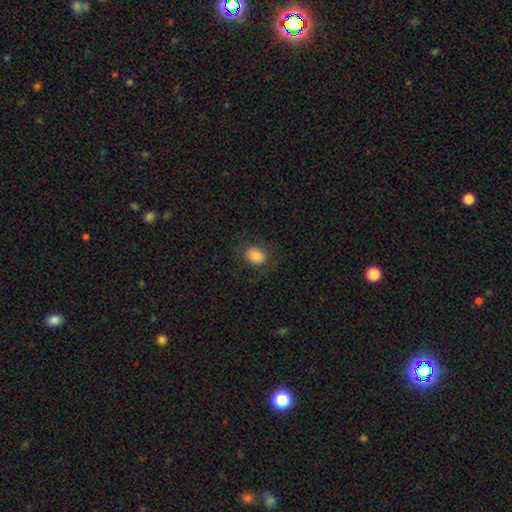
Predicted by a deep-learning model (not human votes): smooth-or-featured: smooth: 83% | star or artifact: 10% | featured or disk: 8%
  how-rounded: round: 52% | in between: 47% | cigar-shaped: 1%
  merging: none: 84% | minor disturbance: 11% | major disturbance: 5% | merger: 1%